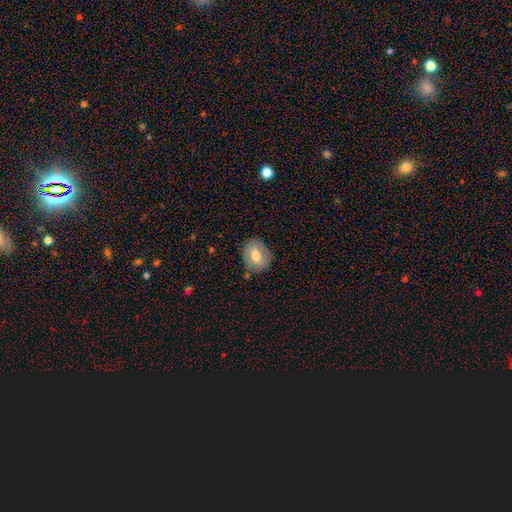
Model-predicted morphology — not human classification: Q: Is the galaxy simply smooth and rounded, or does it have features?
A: smooth — 61%.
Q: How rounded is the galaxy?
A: round — 51%.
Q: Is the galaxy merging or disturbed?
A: none — 78%.